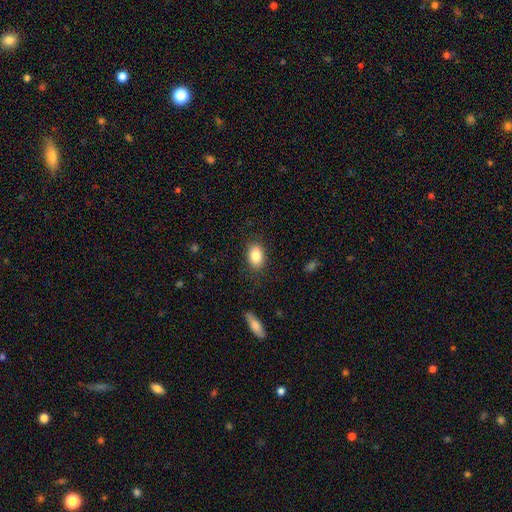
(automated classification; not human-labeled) smooth_or_featured: smooth (p=0.84) [alt: star or artifact p=0.08]
how_rounded: in between (p=0.83) [alt: round p=0.16]
merging: none (p=0.84) [alt: minor disturbance p=0.12]